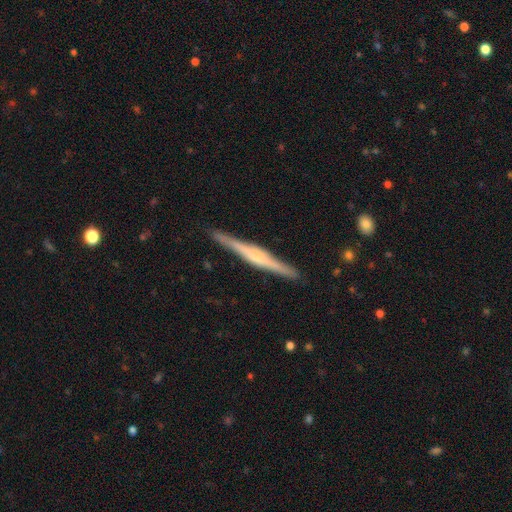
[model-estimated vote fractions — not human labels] A featured or disk galaxy (78%) viewed edge-on (98%) with a rounded central bulge (62%).

Vote fractions:
- Smooth or featured? featured or disk: 78% / smooth: 17% / star or artifact: 5%
- Edge-on disk? yes: 98% / no: 2%
- Edge-on bulge? rounded: 62% / boxy: 20% / none: 18%
- Merging? none: 91% / minor disturbance: 6% / major disturbance: 1% / merger: 1%